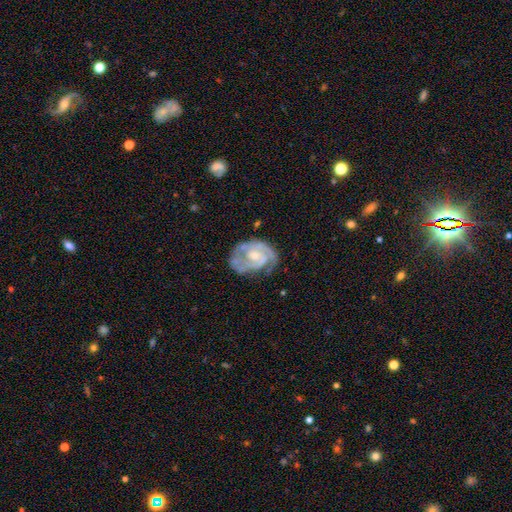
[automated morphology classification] A featured or disk galaxy (86%) with no bar (64%), 2 (58%) tight (56%) spiral arms (94%) and a small central bulge (46%, tied with moderate).

Vote fractions:
- Smooth or featured? featured or disk: 86% / smooth: 9% / star or artifact: 5%
- Edge-on disk? no: 98% / yes: 2%
- Bar? no: 64% / weak: 31% / strong: 5%
- Spiral arms? yes: 94% / no: 6%
- Spiral winding? tight: 56% / medium: 35% / loose: 9%
- Spiral arm count? 2: 58% / can't tell: 16% / 3: 12% / 1: 10% / 4: 2% / more than 4: 2%
- Bulge size? small: 46% (tied) / moderate: 46% (tied) / none: 4% / large: 3% / dominant: 1%
- Merging? none: 60% / minor disturbance: 25% / major disturbance: 13% / merger: 2%